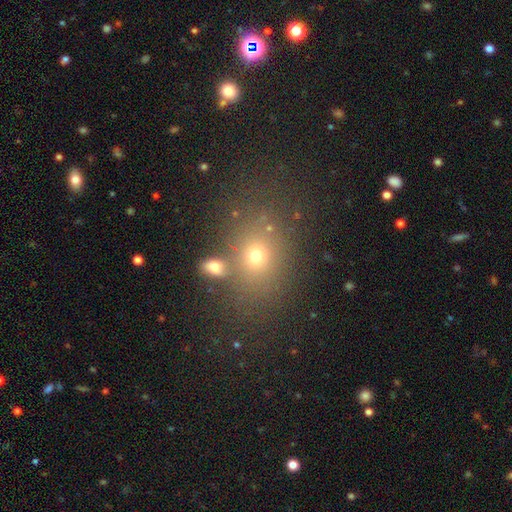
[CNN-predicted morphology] type=smooth (66%); roundness=round (51%); merging=none (69%).